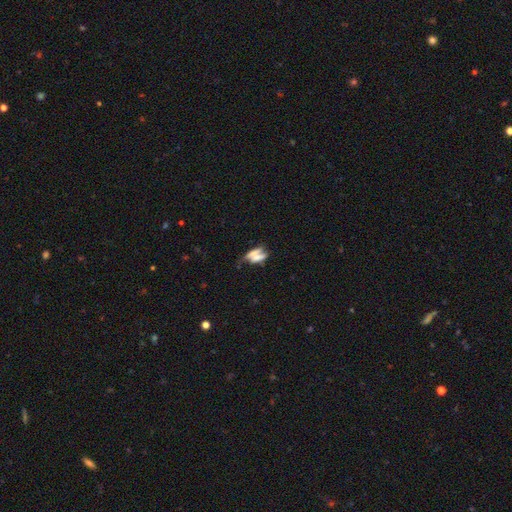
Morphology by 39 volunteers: smooth 67%, featured or disk 28%, star or artifact 5%. Down the decision tree: how rounded — cigar-shaped (54%); merging — merger (62%).